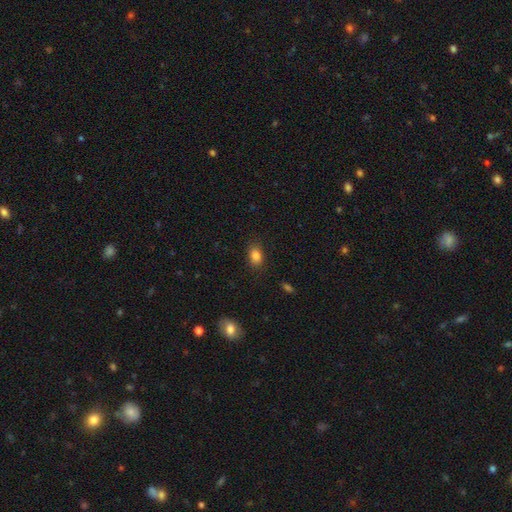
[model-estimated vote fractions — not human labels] A smooth galaxy with no disk features (84%) that is in between round and cigar-shaped (78%). Merging: none (84%).